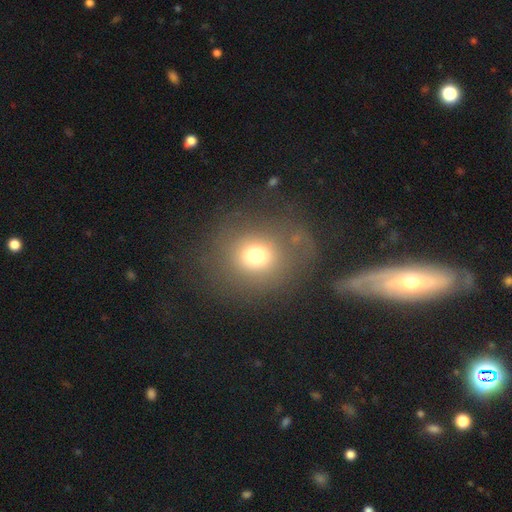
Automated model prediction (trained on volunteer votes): Q: Smooth or featured?
A: smooth (69%); runner-up: star or artifact (16%)
Q: How rounded?
A: round (80%); runner-up: in between (19%)
Q: Merging?
A: none (66%); runner-up: minor disturbance (15%)